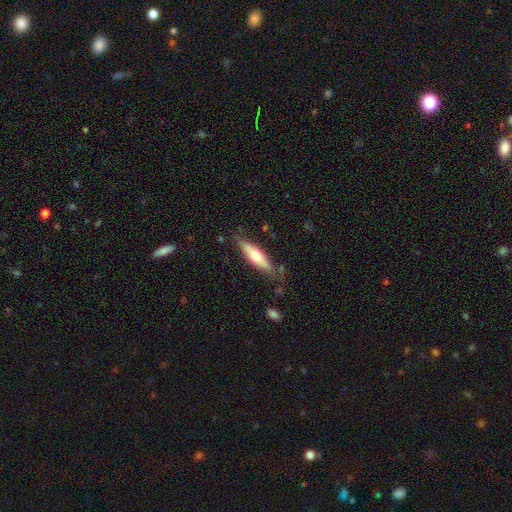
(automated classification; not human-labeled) Smooth or featured?
  - smooth: 55% *
  - featured or disk: 39%
  - star or artifact: 6%
How rounded?
  - cigar-shaped: 64% *
  - in between: 35%
  - round: 2%
Merging?
  - none: 74% *
  - minor disturbance: 19%
  - major disturbance: 4%
  - merger: 3%